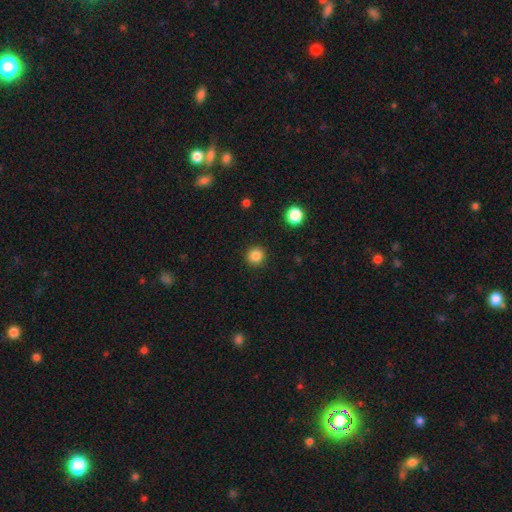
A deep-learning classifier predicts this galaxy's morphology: smooth_or_featured: smooth (p=0.85) [alt: star or artifact p=0.11]
how_rounded: round (p=0.92) [alt: in between p=0.07]
merging: none (p=0.92) [alt: minor disturbance p=0.05]